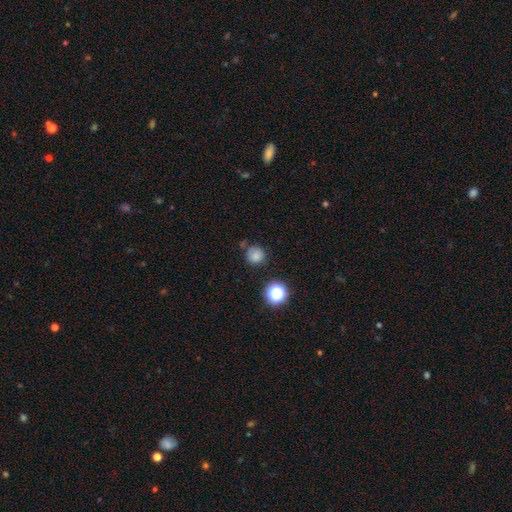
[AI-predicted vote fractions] This is likely a smooth galaxy (79%). How rounded: clearly round (91%). Merging: likely none (73%).